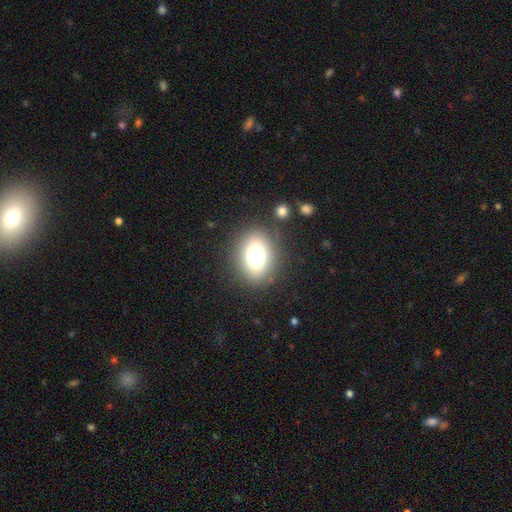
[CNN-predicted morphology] smooth 71%, star or artifact 16%, featured or disk 14%. Down the decision tree: how rounded — in between (57%); merging — none (82%).